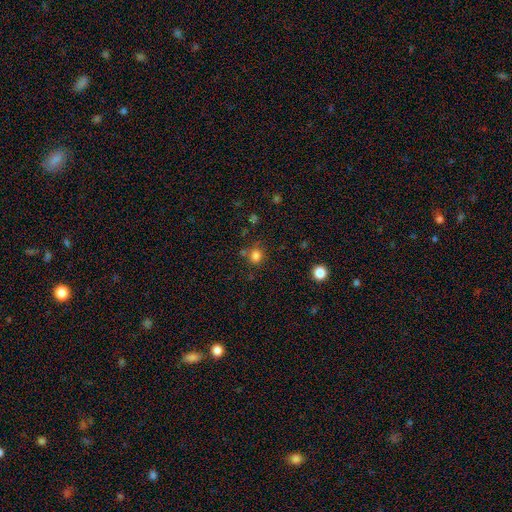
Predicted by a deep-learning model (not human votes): Smooth or featured: smooth — 81% (star or artifact — 14%)
How rounded: round — 78% (in between — 21%)
Merging: none — 72% (minor disturbance — 13%)